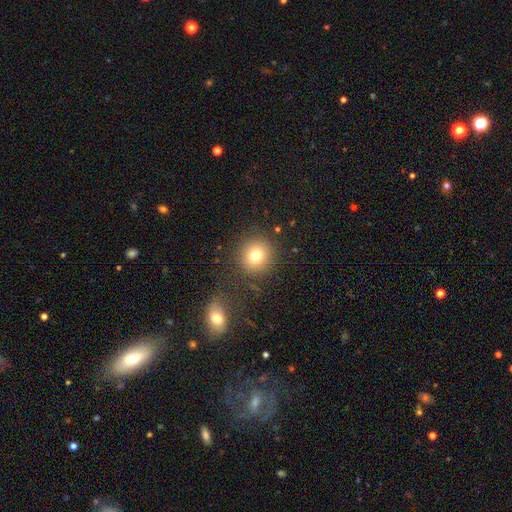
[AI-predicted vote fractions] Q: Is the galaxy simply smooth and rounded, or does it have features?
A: smooth — 77%.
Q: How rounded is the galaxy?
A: round — 90%.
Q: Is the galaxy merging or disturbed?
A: none — 84%.